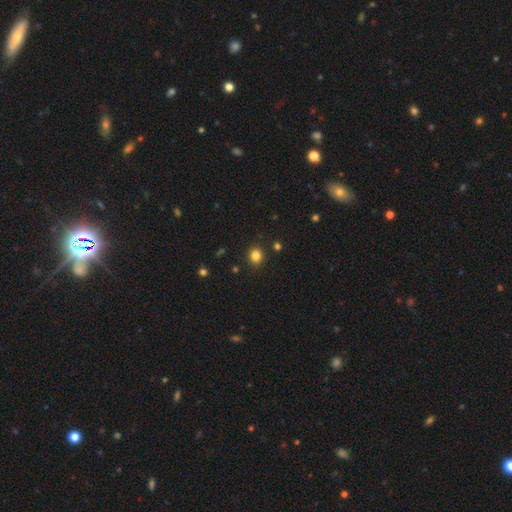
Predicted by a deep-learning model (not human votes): Smooth or featured? Predicted: smooth (p=0.82). How rounded? Predicted: round (p=0.83). Merging? Predicted: none (p=0.90).